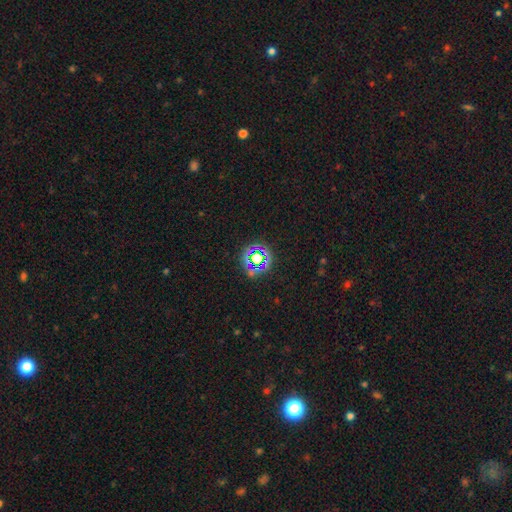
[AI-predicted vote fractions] Morphology: type=star or artifact (64%).